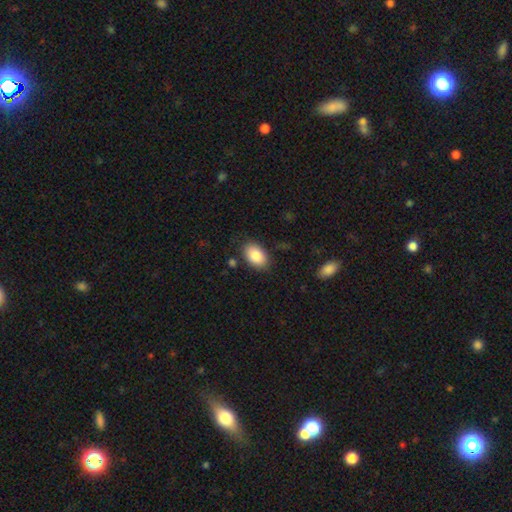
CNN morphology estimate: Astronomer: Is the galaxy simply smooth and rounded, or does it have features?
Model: smooth — 87%.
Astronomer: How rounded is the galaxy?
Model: in between — 91%.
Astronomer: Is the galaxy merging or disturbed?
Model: none — 83%.